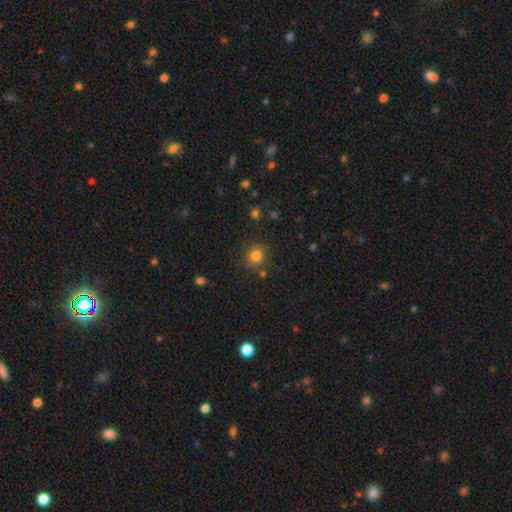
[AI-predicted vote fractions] A smooth galaxy with no disk features (79%) that is round (87%).

Vote fractions:
- Smooth or featured? smooth: 79% / star or artifact: 15% / featured or disk: 6%
- How rounded? round: 87% / in between: 12% / cigar-shaped: 1%
- Merging? none: 80% / minor disturbance: 12% / merger: 4% / major disturbance: 4%